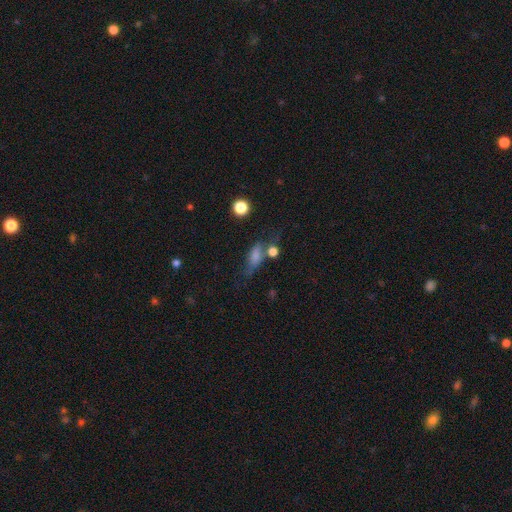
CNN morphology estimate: Q: Smooth or featured?
A: smooth (57%); runner-up: featured or disk (25%)
Q: How rounded?
A: in between (61%); runner-up: cigar-shaped (25%)
Q: Merging?
A: none (44%); runner-up: minor disturbance (23%)